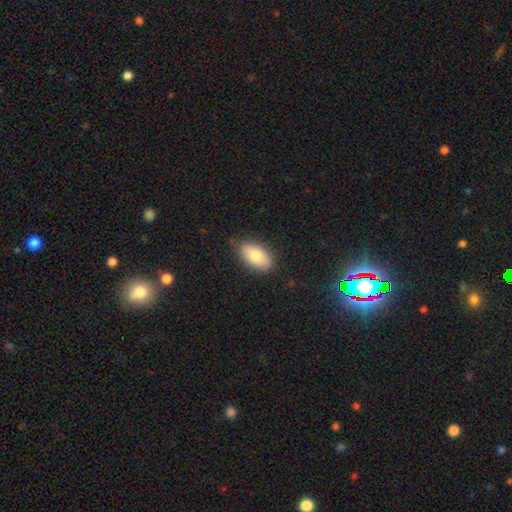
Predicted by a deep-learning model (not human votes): Smooth or featured? Predicted: smooth (p=0.82). How rounded? Predicted: in between (p=0.93). Merging? Predicted: none (p=0.82).